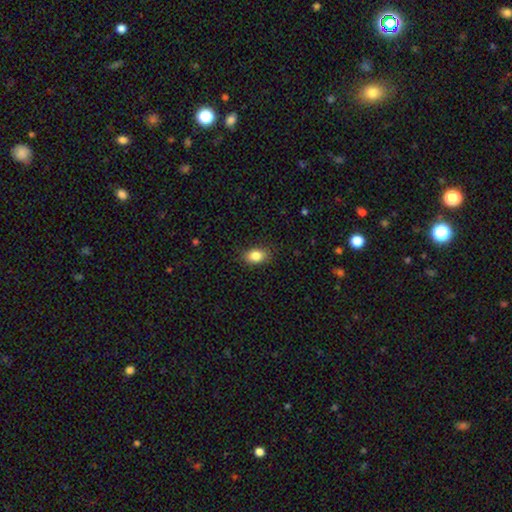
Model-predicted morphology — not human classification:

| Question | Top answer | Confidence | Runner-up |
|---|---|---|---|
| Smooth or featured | smooth | 84% | star or artifact (9%) |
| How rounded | in between | 82% | round (16%) |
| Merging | none | 86% | minor disturbance (11%) |